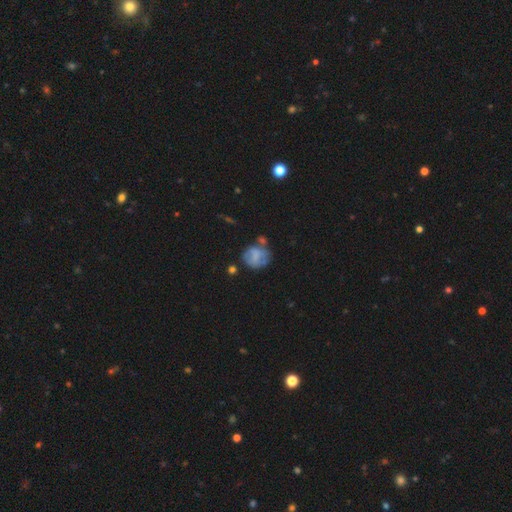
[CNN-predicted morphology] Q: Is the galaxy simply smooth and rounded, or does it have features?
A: smooth — 57%.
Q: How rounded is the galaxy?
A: round — 71%.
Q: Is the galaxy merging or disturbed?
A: none — 47%.